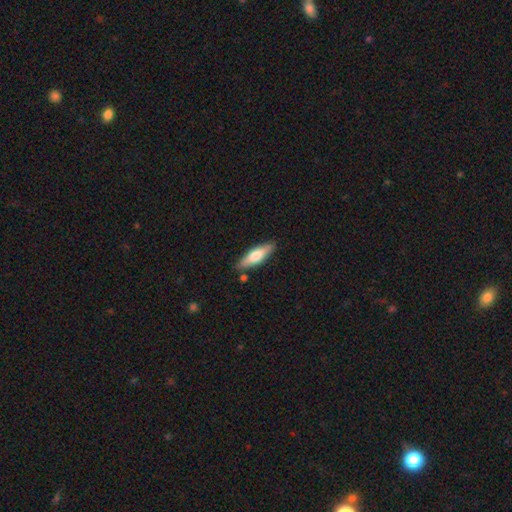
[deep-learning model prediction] A smooth galaxy with no disk features (60%) that is cigar-shaped (58%).

Vote fractions:
- Smooth or featured? smooth: 60% / featured or disk: 34% / star or artifact: 6%
- How rounded? cigar-shaped: 58% / in between: 40% / round: 2%
- Merging? none: 83% / minor disturbance: 11% / merger: 4% / major disturbance: 2%